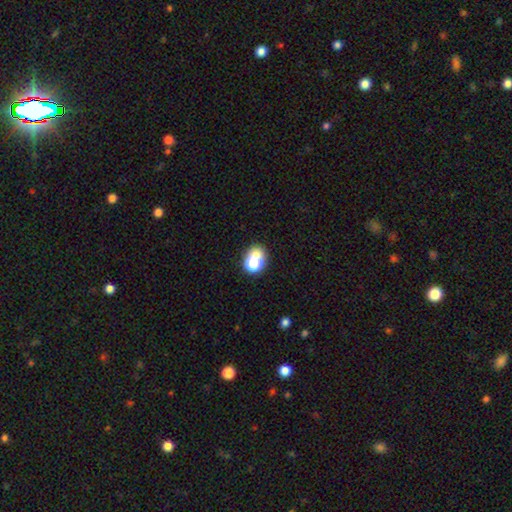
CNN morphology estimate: The model was most divided on "how rounded": round: 51%, in between: 48%, cigar-shaped: 1%. Remaining: smooth or featured — smooth (65%); merging — none (48%).